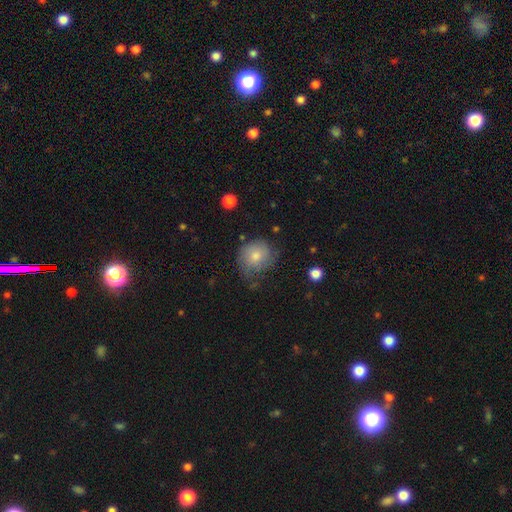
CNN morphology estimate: This appears to be a smooth galaxy with no disk features (71%) that is round (80%). Merging: none (53%).